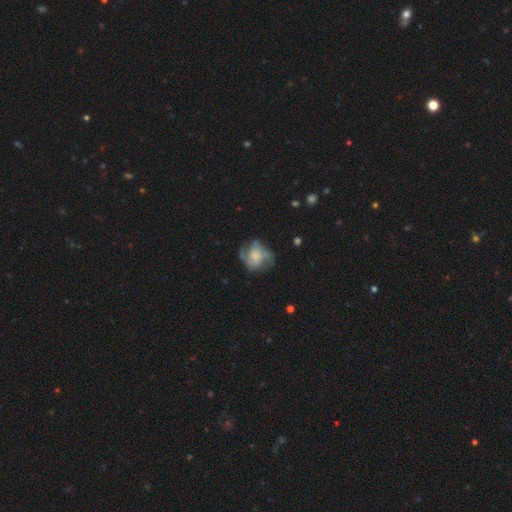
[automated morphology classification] A featured or disk galaxy (60%) with no bar (73%), spiral arms (82%) and a moderate central bulge (27%).

Vote fractions:
- Smooth or featured? featured or disk: 60% / smooth: 32% / star or artifact: 8%
- Edge-on disk? no: 97% / yes: 3%
- Bar? no: 73% / weak: 23% / strong: 4%
- Spiral arms? yes: 82% / no: 18%
- Bulge size? moderate: 27% / small: 25% / none: 24% / large: 20% / dominant: 3%
- Merging? none: 58% / minor disturbance: 22% / major disturbance: 17% / merger: 2%